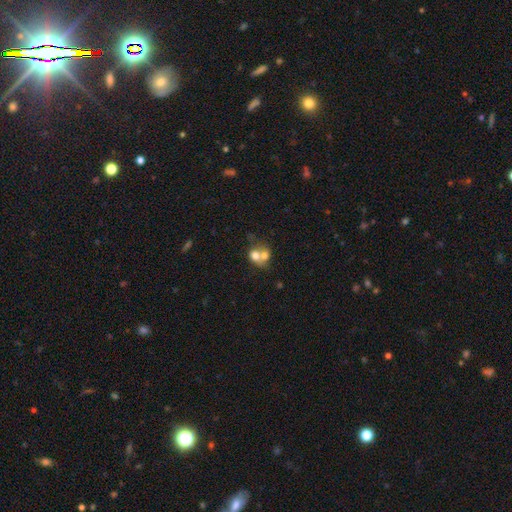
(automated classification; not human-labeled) Overall: smooth (68%). How rounded: round (64%; in between 35%). Merging: merger (69%).